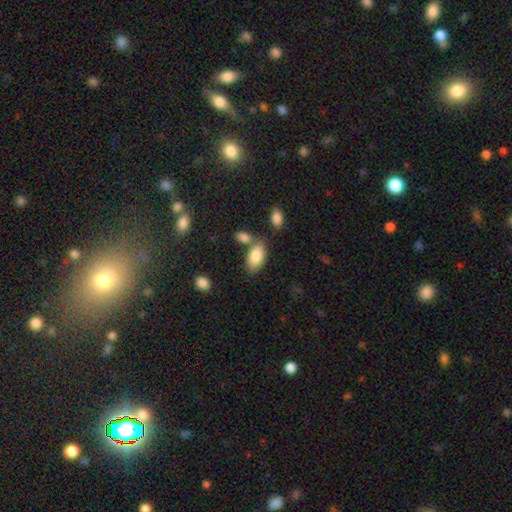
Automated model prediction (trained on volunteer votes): A smooth galaxy with no disk features (84%) that is in between round and cigar-shaped (94%). Merging: none (63%).